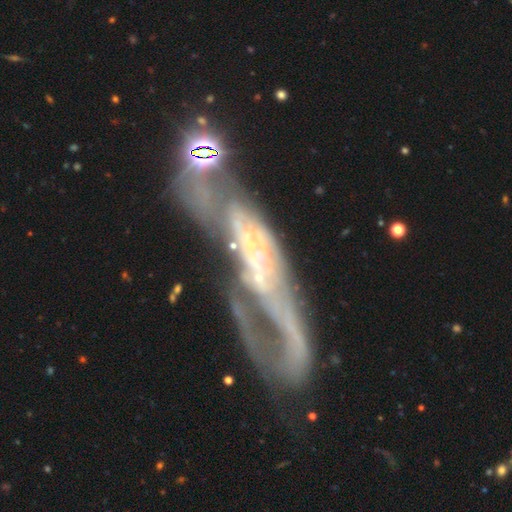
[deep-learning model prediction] smooth-or-featured: featured or disk: 75% | smooth: 14% | star or artifact: 11%
  disk-edge-on: no: 70% | yes: 30%
    bar: no: 58% | weak: 24% | strong: 18%
    has-spiral-arms: yes: 63% | no: 37%
    bulge-size: small: 39% | none: 38% | moderate: 15% | large: 5% | dominant: 3%
  merging: none: 30% (tied) | major disturbance: 30% (tied) | merger: 23% | minor disturbance: 17%